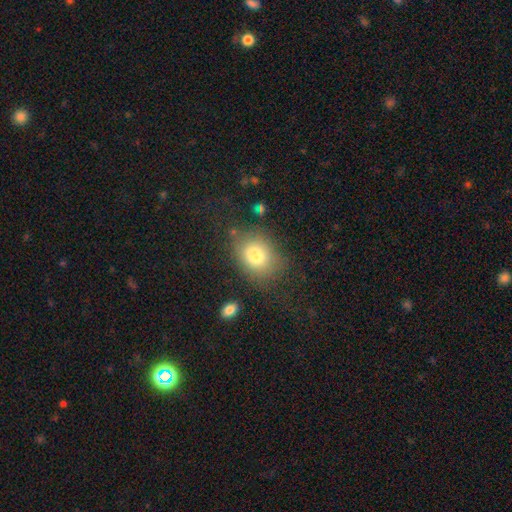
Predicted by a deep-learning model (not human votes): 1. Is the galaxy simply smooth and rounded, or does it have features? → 79% smooth, 11% featured or disk, 10% star or artifact.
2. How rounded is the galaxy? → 62% in between, 37% round, 1% cigar-shaped.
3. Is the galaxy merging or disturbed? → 68% none, 19% minor disturbance, 9% major disturbance, 3% merger.